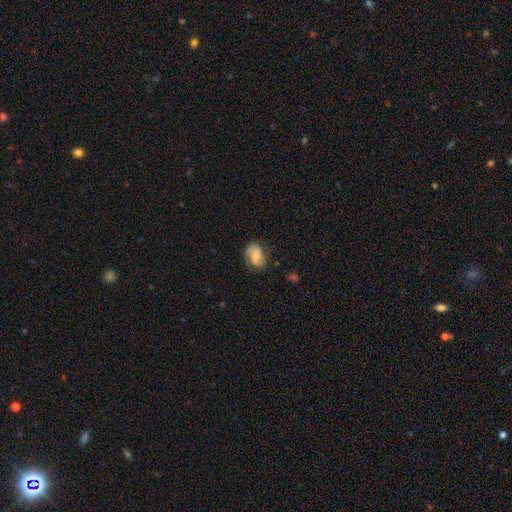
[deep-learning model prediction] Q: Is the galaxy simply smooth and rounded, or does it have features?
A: featured or disk — 52%.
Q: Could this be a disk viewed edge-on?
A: no — 97%.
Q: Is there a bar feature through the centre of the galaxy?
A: no — 60%.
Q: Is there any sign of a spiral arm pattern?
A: yes — 88%.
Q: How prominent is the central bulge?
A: moderate — 49%.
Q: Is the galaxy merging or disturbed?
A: none — 68%.